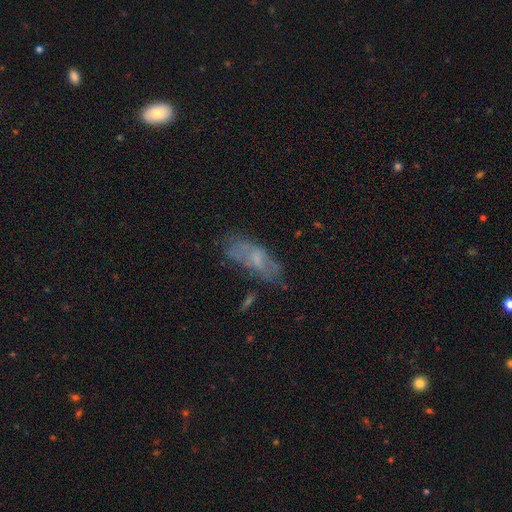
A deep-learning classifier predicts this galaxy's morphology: Smooth or featured? Predicted: smooth (p=0.48). Merging? Predicted: none (p=0.56).